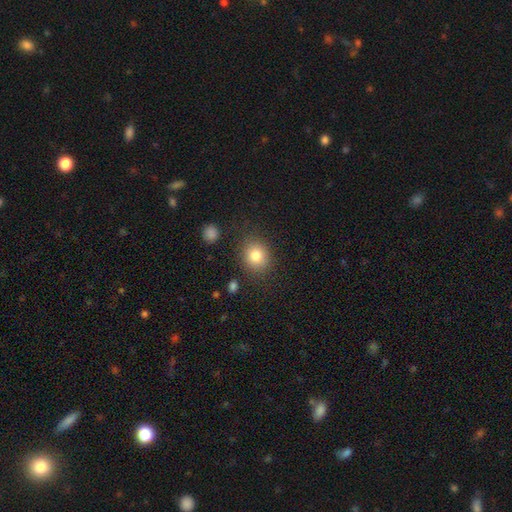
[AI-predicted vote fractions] A smooth galaxy with no disk features (83%) that is round (69%).

Vote fractions:
- Smooth or featured? smooth: 83% / star or artifact: 10% / featured or disk: 7%
- How rounded? round: 69% / in between: 30% / cigar-shaped: 1%
- Merging? none: 82% / minor disturbance: 11% / major disturbance: 4% / merger: 3%